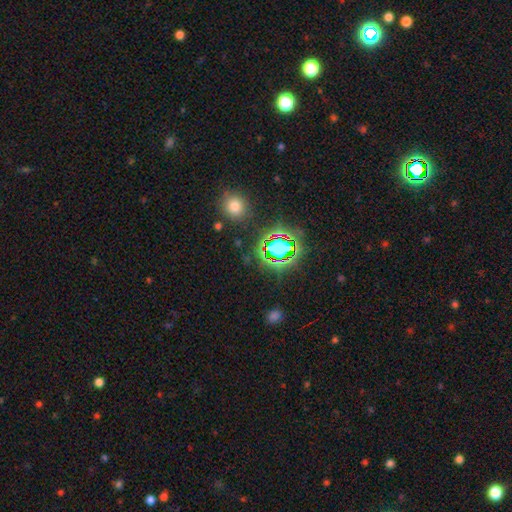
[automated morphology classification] Smooth or featured?
  - star or artifact: 71% *
  - smooth: 21%
  - featured or disk: 8%